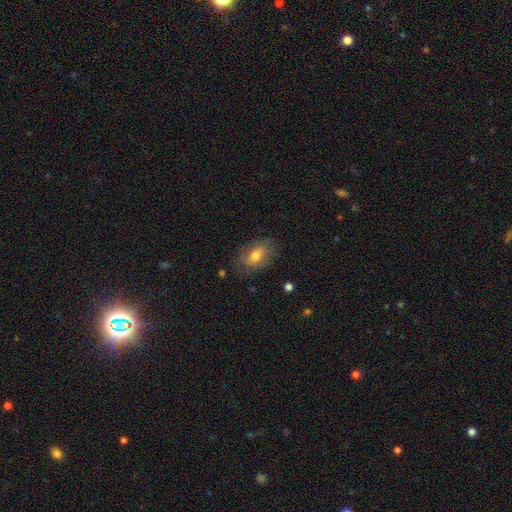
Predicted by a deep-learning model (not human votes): smooth_or_featured: smooth (p=0.71) [alt: featured or disk p=0.22]
how_rounded: in between (p=0.88) [alt: round p=0.09]
merging: none (p=0.73) [alt: minor disturbance p=0.19]